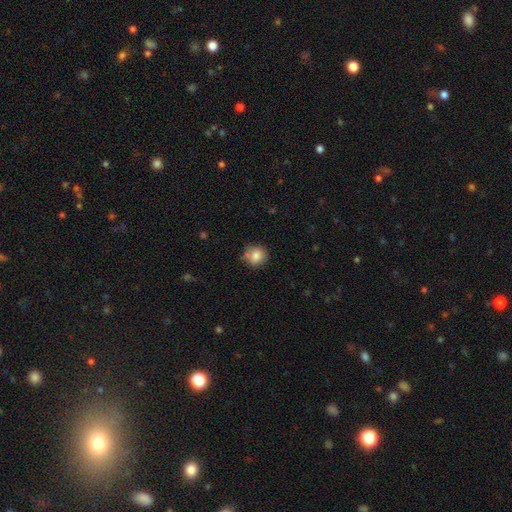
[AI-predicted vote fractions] Q: Smooth or featured?
A: smooth (82%); runner-up: star or artifact (9%)
Q: How rounded?
A: round (87%); runner-up: in between (12%)
Q: Merging?
A: none (71%); runner-up: minor disturbance (18%)